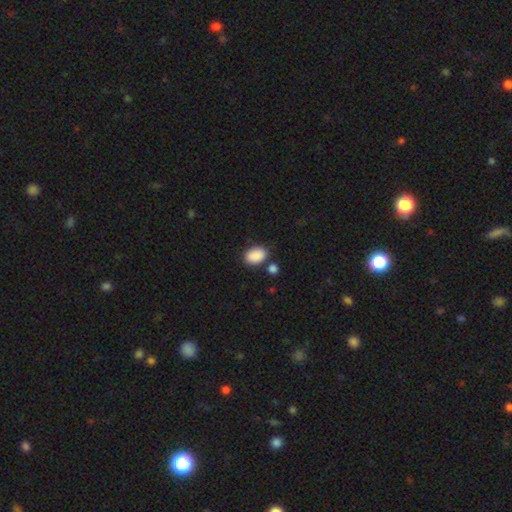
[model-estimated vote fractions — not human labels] Smooth or featured? Predicted: smooth (p=0.89). How rounded? Predicted: in between (p=0.86). Merging? Predicted: none (p=0.77).